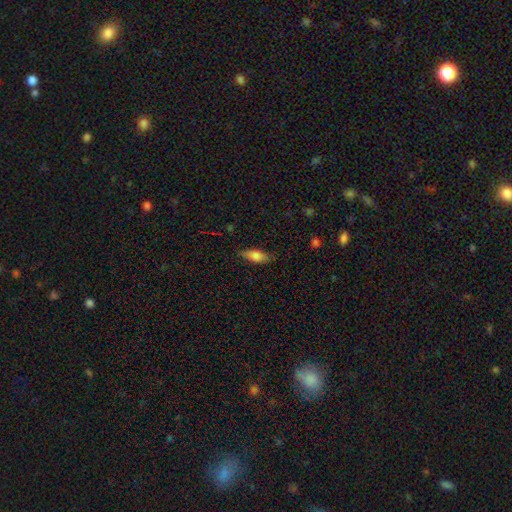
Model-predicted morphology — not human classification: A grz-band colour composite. It shows a smooth galaxy with no disk features (74%) that is in between round and cigar-shaped (68%). Merging: none (80%).